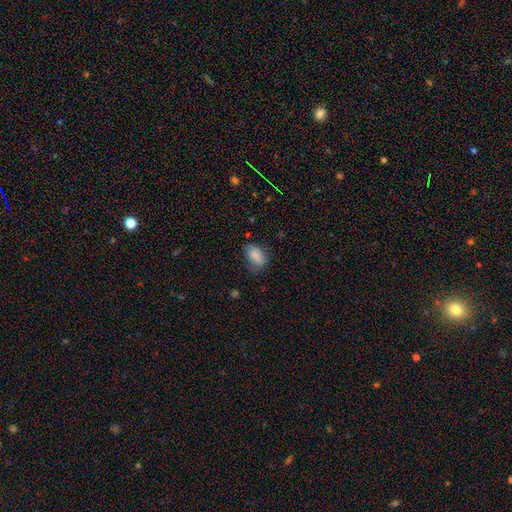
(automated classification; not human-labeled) Smooth or featured?
  - smooth: 82% *
  - featured or disk: 9%
  - star or artifact: 8%
How rounded?
  - in between: 86% *
  - round: 12%
  - cigar-shaped: 2%
Merging?
  - none: 55% *
  - minor disturbance: 32%
  - major disturbance: 12%
  - merger: 2%